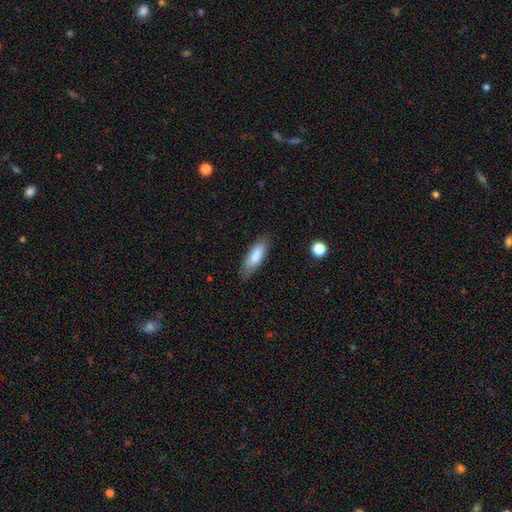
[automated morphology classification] Smooth or featured? Predicted: smooth (p=0.84). How rounded? Predicted: in between (p=0.58). Merging? Predicted: none (p=0.79).